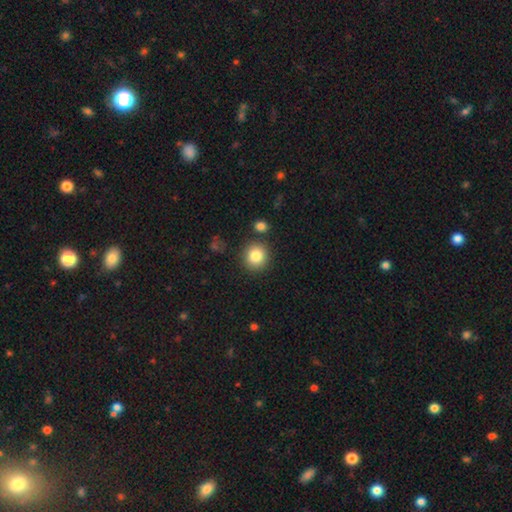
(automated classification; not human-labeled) This is clearly a smooth galaxy (84%). How rounded: clearly round (89%). Merging: clearly none (85%).